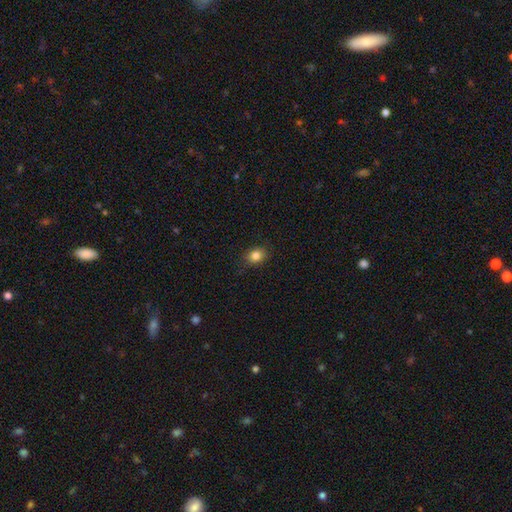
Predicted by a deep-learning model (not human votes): Morphology: type=smooth (83%); roundness=round (54%); merging=none (83%).